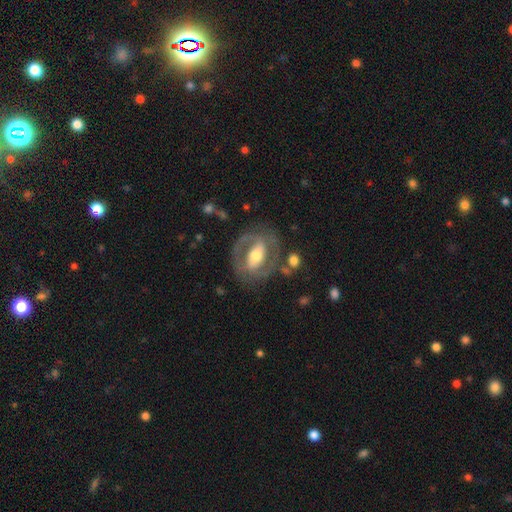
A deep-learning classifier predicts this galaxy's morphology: This appears to be a featured or disk galaxy (79%) with a strong bar (49%), 2 (82%) medium (47%) spiral arms (75%) and a moderate central bulge (66%). Merging: none (74%).